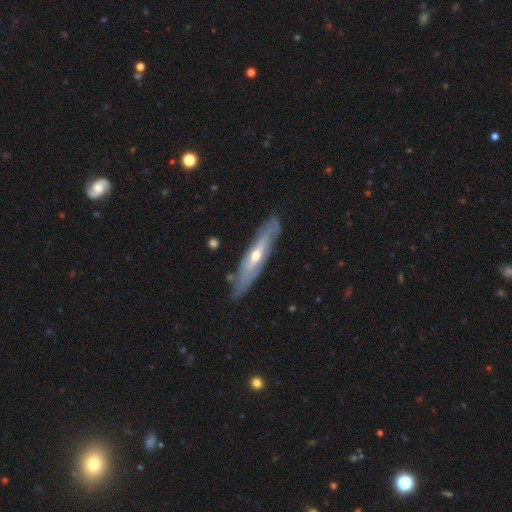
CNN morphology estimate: A featured or disk galaxy (70%) viewed edge-on (50%, tied with no). Merging: none (75%).